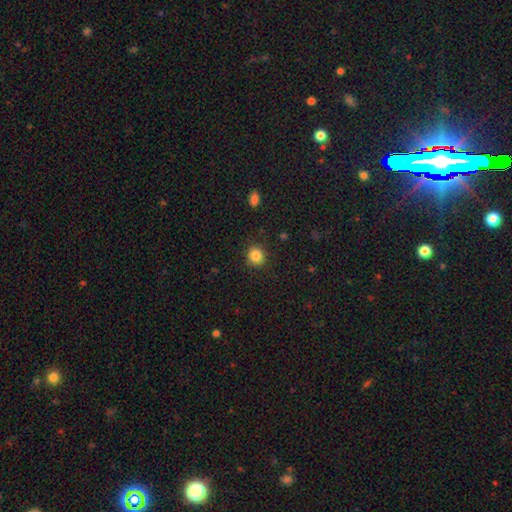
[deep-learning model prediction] Smooth or featured: smooth — 85% (star or artifact — 11%)
How rounded: round — 92% (in between — 7%)
Merging: none — 90% (minor disturbance — 7%)